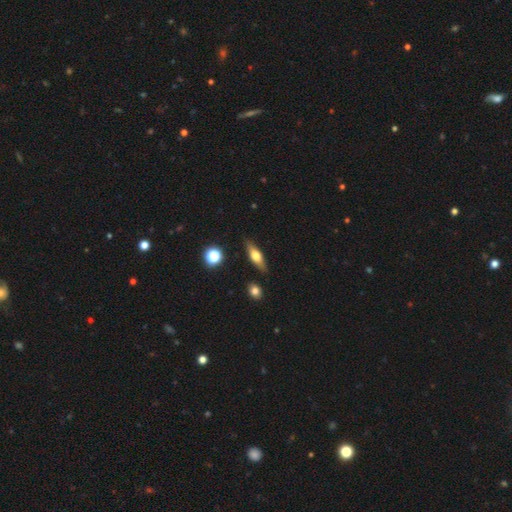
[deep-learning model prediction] smooth 51%, featured or disk 41%, star or artifact 8%. Down the decision tree: how rounded — in between (49%); merging — none (84%).